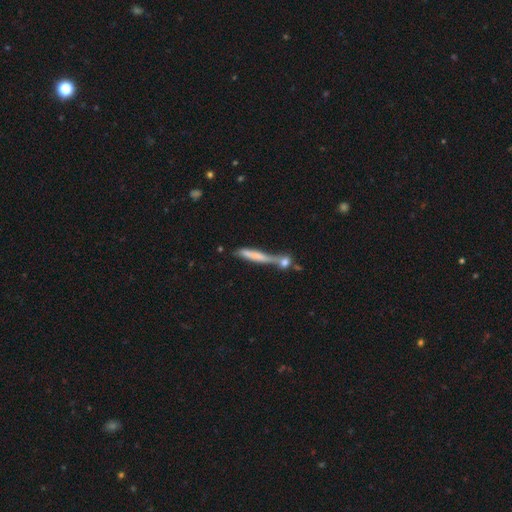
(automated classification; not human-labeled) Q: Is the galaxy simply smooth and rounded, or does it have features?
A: smooth — 57%.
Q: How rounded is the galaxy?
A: cigar-shaped — 90%.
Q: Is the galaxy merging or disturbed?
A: merger — 42%.